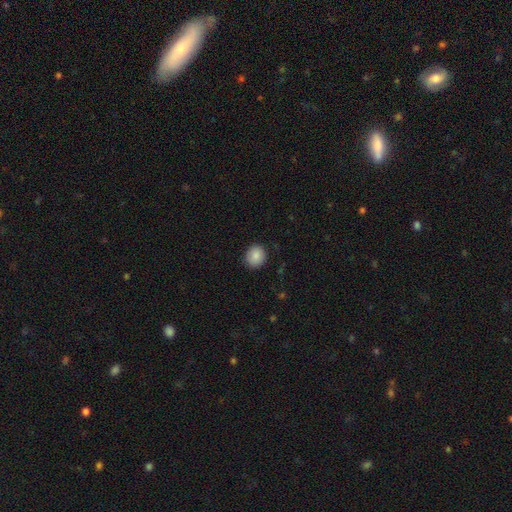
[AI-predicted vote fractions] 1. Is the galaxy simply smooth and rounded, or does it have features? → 87% smooth, 8% star or artifact, 5% featured or disk.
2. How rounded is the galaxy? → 79% round, 20% in between, 1% cigar-shaped.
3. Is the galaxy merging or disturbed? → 88% none, 9% minor disturbance, 2% major disturbance, 1% merger.